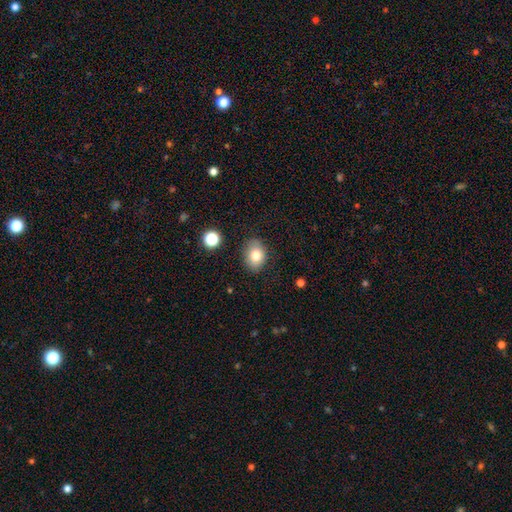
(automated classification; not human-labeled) Q: Smooth or featured?
A: smooth (79%); runner-up: featured or disk (11%)
Q: How rounded?
A: in between (61%); runner-up: round (38%)
Q: Merging?
A: none (84%); runner-up: minor disturbance (12%)